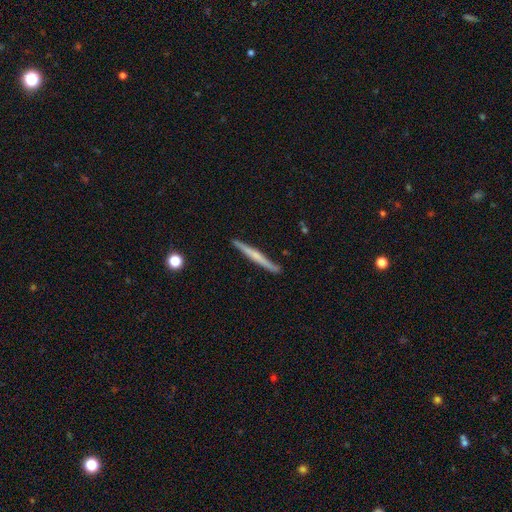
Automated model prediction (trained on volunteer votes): The model was most divided on "smooth or featured": featured or disk: 54%, smooth: 40%, star or artifact: 6%. More confident: edge-on disk — yes (97%); merging — none (89%); edge-on bulge — none (52%).